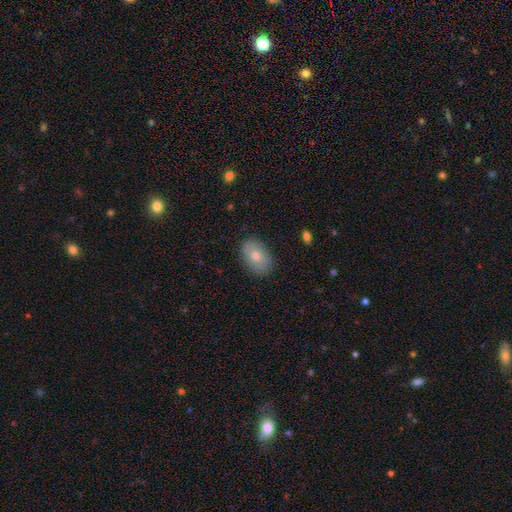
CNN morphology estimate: type=smooth (71%); roundness=in between (86%); merging=none (87%).